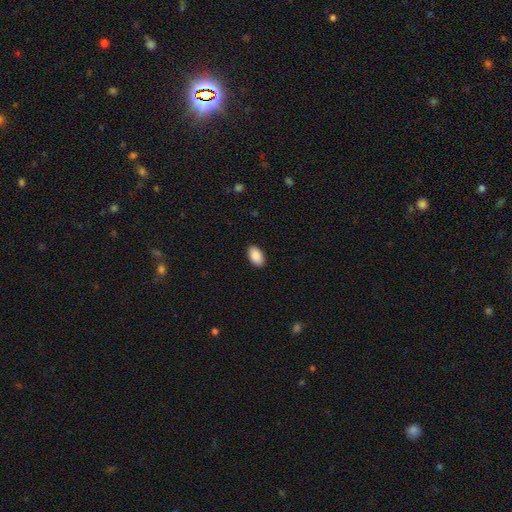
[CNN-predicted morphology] type=smooth (90%); roundness=in between (94%); merging=none (89%).